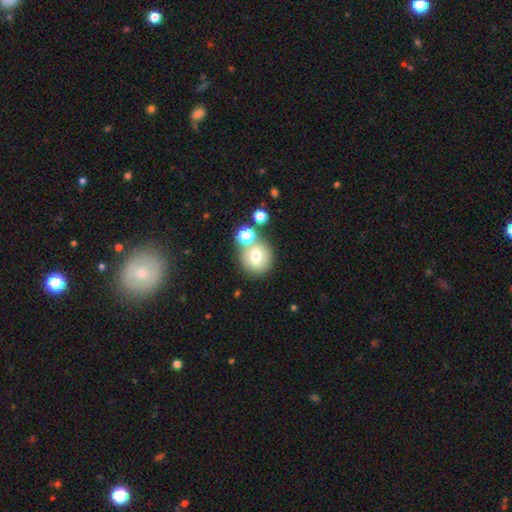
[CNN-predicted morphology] The model was most divided on "merging": none: 59%, merger: 25%, minor disturbance: 11%, major disturbance: 5%. More confident: how rounded — round (81%); smooth or featured — smooth (70%).